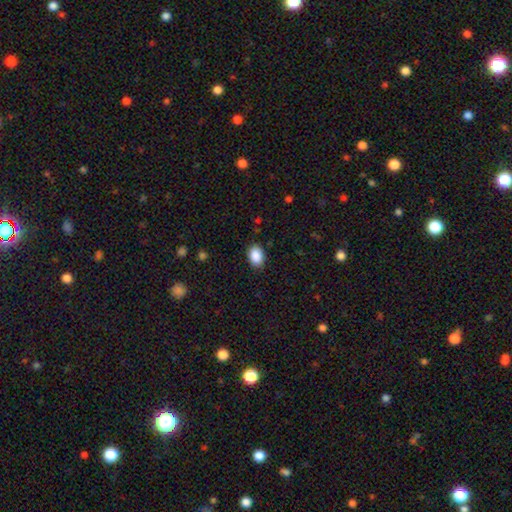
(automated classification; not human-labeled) Overall: smooth (90%). How rounded: in between (84%). Merging: none (86%).